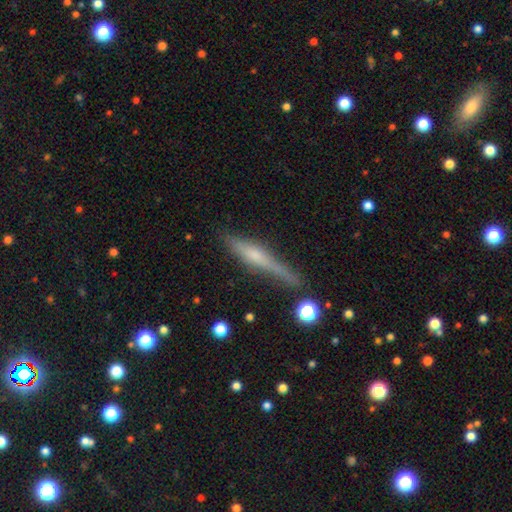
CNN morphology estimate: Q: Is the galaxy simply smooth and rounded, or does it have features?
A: featured or disk — 54%.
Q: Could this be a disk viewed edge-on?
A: yes — 94%.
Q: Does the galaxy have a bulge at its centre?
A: rounded — 59%.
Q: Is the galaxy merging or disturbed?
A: none — 69%.